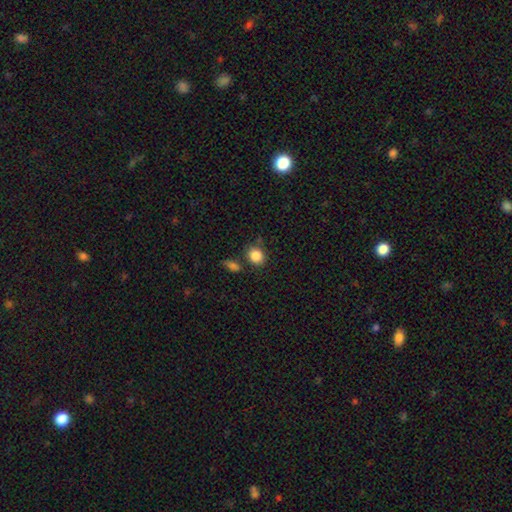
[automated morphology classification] Smooth or featured: smooth — 86% (star or artifact — 9%)
How rounded: round — 74% (in between — 25%)
Merging: none — 74% (minor disturbance — 12%)